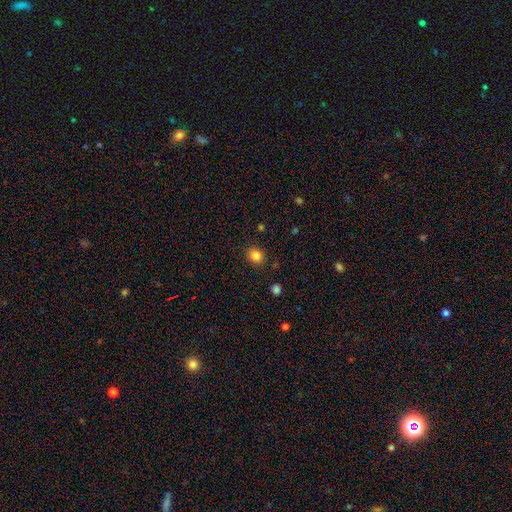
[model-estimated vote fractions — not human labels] Smooth or featured? smooth (84%)
How rounded? round (66%)
Merging? none (87%)